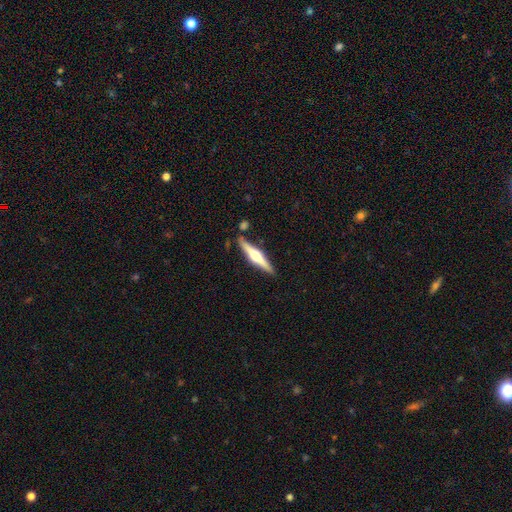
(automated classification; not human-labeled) Smooth or featured: featured or disk — 72% (smooth — 23%)
Edge-on disk: yes — 98% (no — 2%)
Edge-on bulge: rounded — 91% (boxy — 6%)
Merging: none — 84% (minor disturbance — 9%)